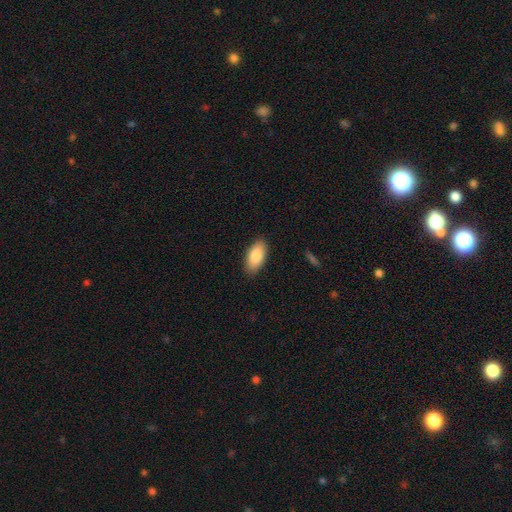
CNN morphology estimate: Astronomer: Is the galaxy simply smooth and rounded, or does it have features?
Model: smooth — 84%.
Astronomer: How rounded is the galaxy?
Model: in between — 91%.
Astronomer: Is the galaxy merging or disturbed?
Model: none — 88%.